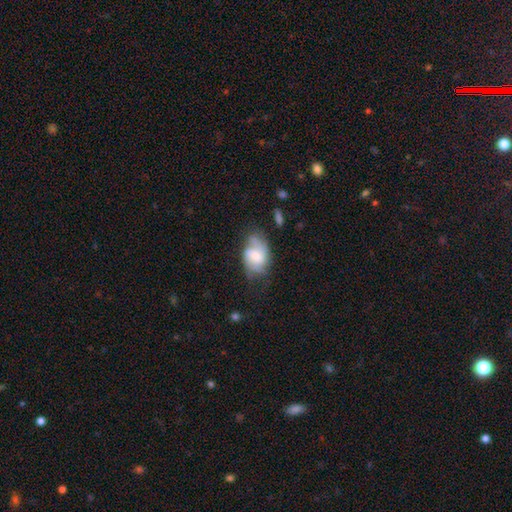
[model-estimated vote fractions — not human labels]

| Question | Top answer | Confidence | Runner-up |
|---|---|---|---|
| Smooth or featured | featured or disk | 46% | tied: smooth (46%) |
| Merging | none | 44% | minor disturbance (32%) |